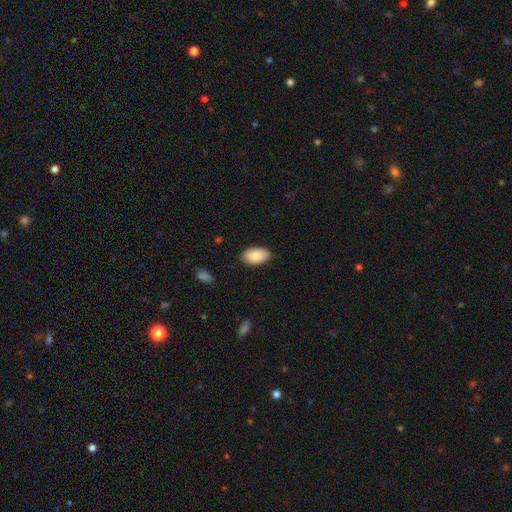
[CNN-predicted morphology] smooth_or_featured: smooth (p=0.86) [alt: featured or disk p=0.08]
how_rounded: in between (p=0.94) [alt: round p=0.05]
merging: none (p=0.83) [alt: minor disturbance p=0.14]